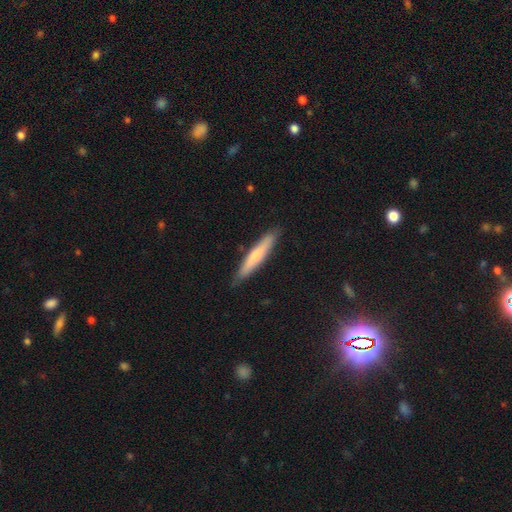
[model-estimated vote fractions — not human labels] This appears to be a smooth galaxy with no disk features (64%) that is cigar-shaped (91%). Merging: none (86%).